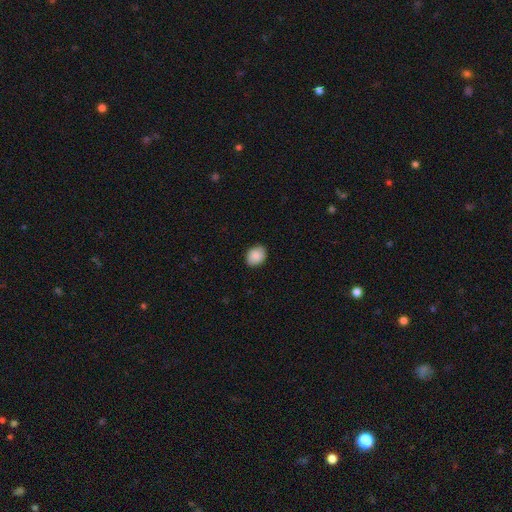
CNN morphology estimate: This is clearly a smooth galaxy (89%). How rounded: possibly in between (55%). Merging: clearly none (88%).